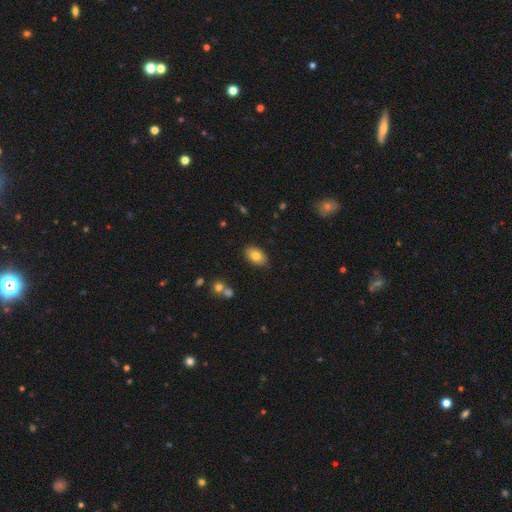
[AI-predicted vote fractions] smooth-or-featured: smooth: 78% | featured or disk: 13% | star or artifact: 8%
  how-rounded: in between: 90% | round: 8% | cigar-shaped: 1%
  merging: none: 86% | minor disturbance: 10% | major disturbance: 2% | merger: 2%